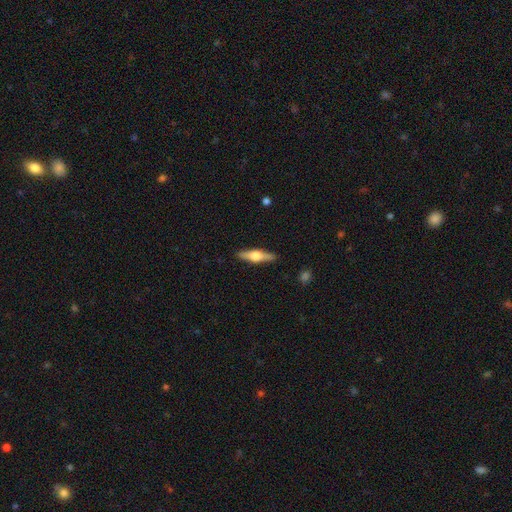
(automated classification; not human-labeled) Morphology: type=featured or disk (61%); edge-on=yes (96%); edge-on bulge=rounded (93%); merging=none (90%).